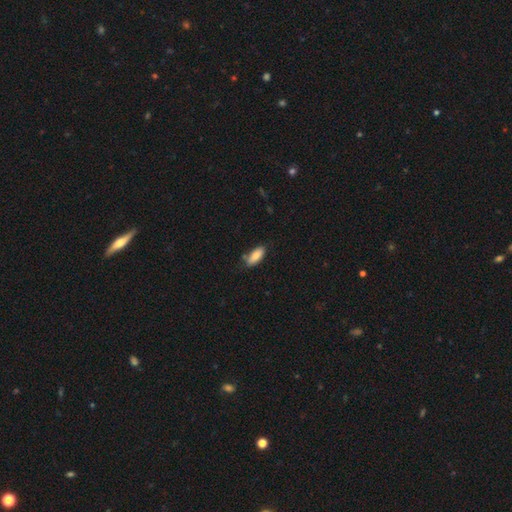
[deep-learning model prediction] smooth-or-featured: smooth: 85% | featured or disk: 9% | star or artifact: 6%
  how-rounded: in between: 77% | cigar-shaped: 21% | round: 2%
  merging: none: 74% | minor disturbance: 19% | merger: 5% | major disturbance: 3%